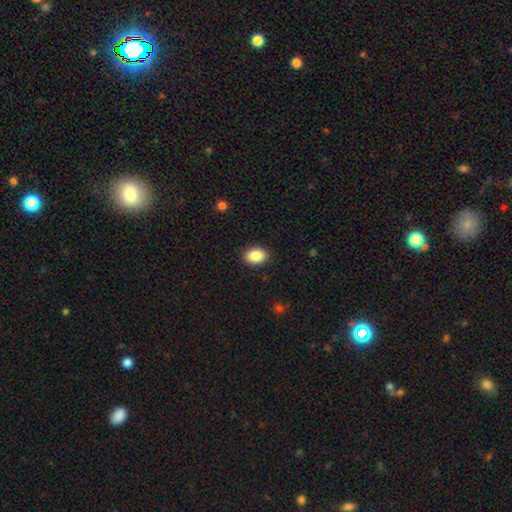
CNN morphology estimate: This is clearly a smooth galaxy (89%). How rounded: clearly in between (80%). Merging: clearly none (89%).